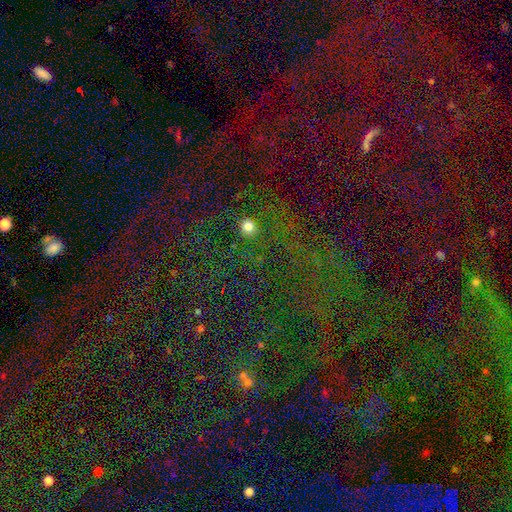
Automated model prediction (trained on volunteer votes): Smooth or featured: star or artifact — 78% (smooth — 13%)